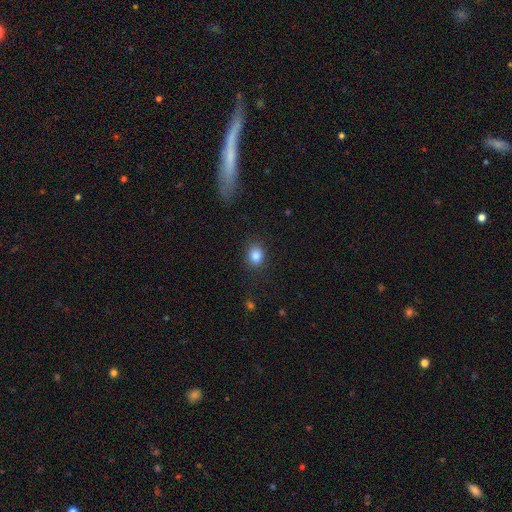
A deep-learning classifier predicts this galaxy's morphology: smooth-or-featured: smooth: 85% | star or artifact: 10% | featured or disk: 5%
  how-rounded: round: 62% | in between: 37% | cigar-shaped: 1%
  merging: none: 83% | minor disturbance: 11% | major disturbance: 4% | merger: 1%